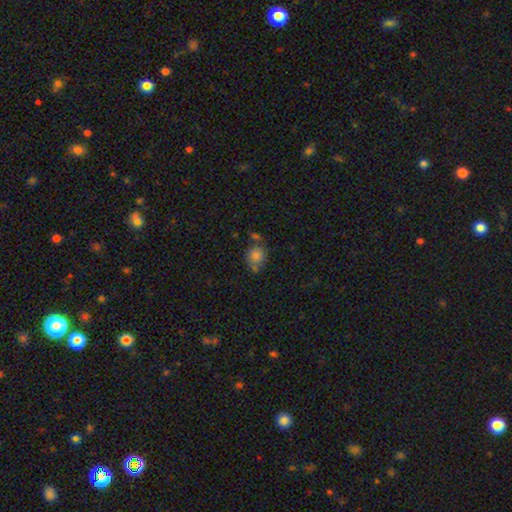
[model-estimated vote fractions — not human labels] Q: Smooth or featured?
A: smooth (75%); runner-up: star or artifact (13%)
Q: How rounded?
A: round (67%); runner-up: in between (32%)
Q: Merging?
A: none (50%); runner-up: minor disturbance (21%)